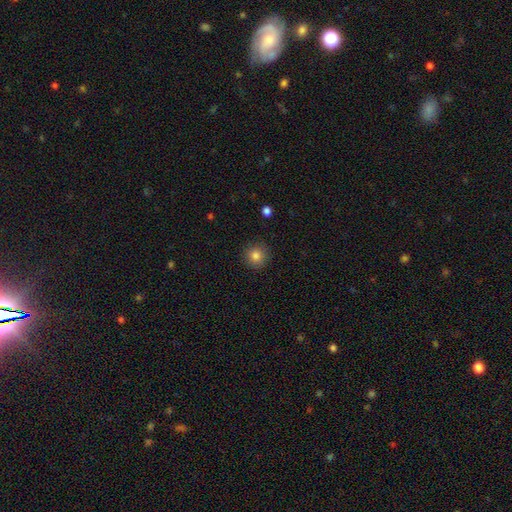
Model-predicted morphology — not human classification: smooth 83%, star or artifact 11%, featured or disk 6%. Down the decision tree: how rounded — round (94%); merging — none (90%).